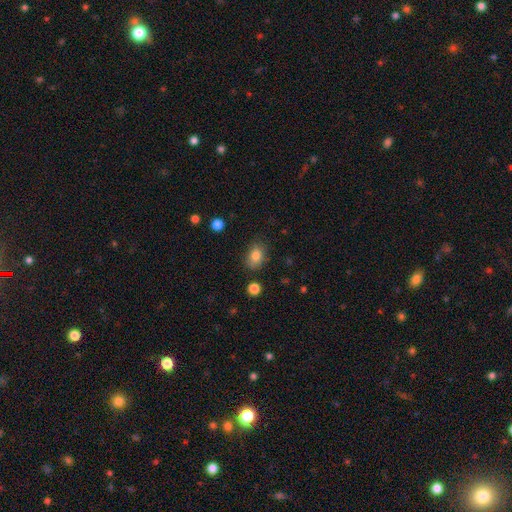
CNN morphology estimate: smooth 82%, star or artifact 10%, featured or disk 8%. Down the decision tree: how rounded — in between (68%); merging — none (78%).